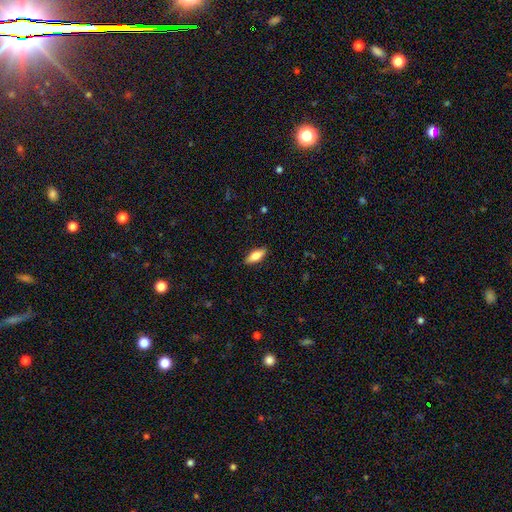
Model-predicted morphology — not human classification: smooth 72%, featured or disk 21%, star or artifact 6%. Down the decision tree: how rounded — in between (72%); merging — none (89%).